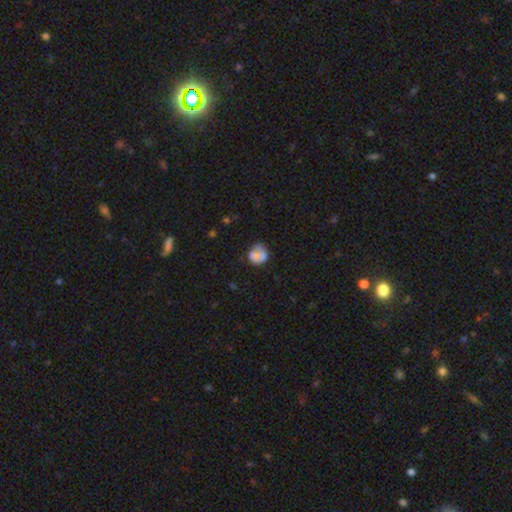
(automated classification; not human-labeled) A smooth galaxy with no disk features (64%) that is round (71%). Merging: none (39%).